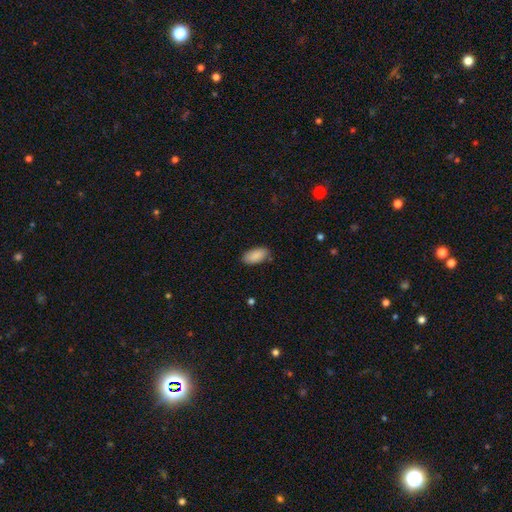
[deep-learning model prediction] This is clearly a smooth galaxy (90%). How rounded: clearly in between (93%). Merging: clearly none (84%).